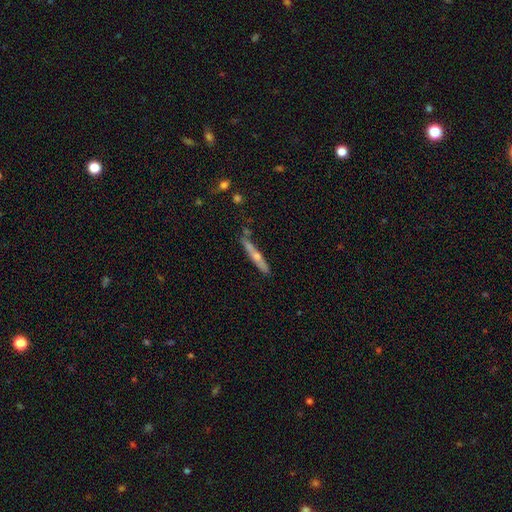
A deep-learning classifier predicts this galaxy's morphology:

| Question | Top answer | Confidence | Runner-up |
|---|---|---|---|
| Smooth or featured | featured or disk | 57% | smooth (36%) |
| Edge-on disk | yes | 93% | no (7%) |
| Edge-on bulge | rounded | 82% | none (15%) |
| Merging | none | 79% | minor disturbance (14%) |